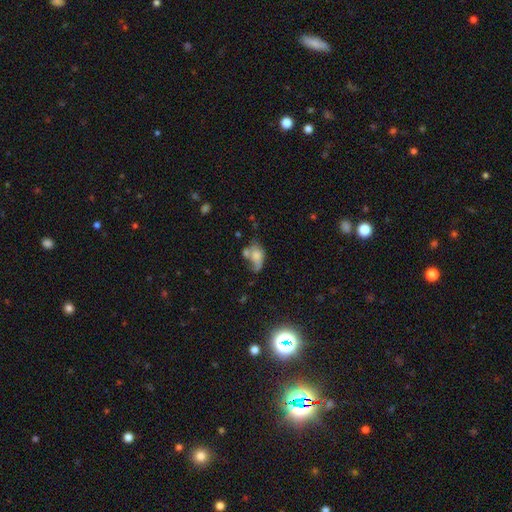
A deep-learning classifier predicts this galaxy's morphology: The model was most divided on "merging": merger: 30%, major disturbance: 25%, none: 24%, minor disturbance: 21%. More confident: how rounded — in between (83%); smooth or featured — smooth (61%).